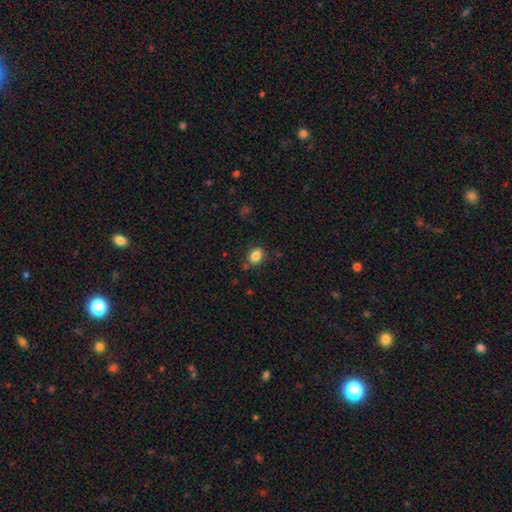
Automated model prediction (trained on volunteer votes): smooth_or_featured: smooth (p=0.86) [alt: star or artifact p=0.09]
how_rounded: in between (p=0.71) [alt: round p=0.27]
merging: none (p=0.81) [alt: minor disturbance p=0.13]